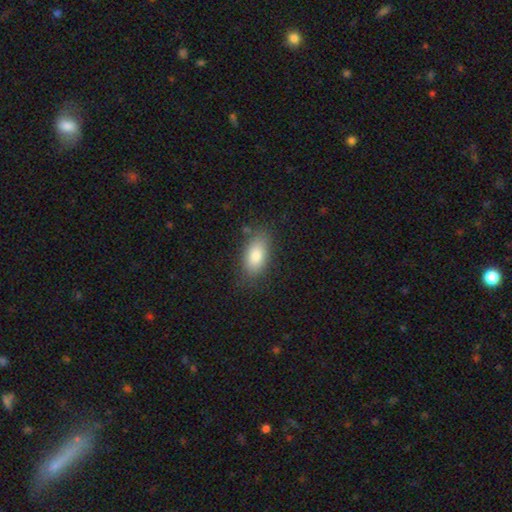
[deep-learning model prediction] The model was most divided on "merging": none: 81%, minor disturbance: 14%, major disturbance: 3%, merger: 2%. More confident: how rounded — in between (89%); smooth or featured — smooth (82%).